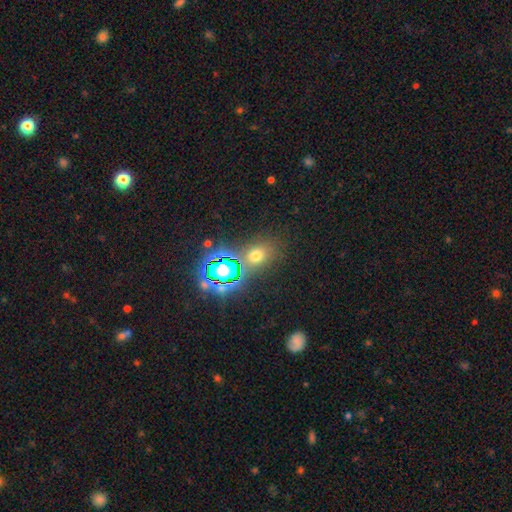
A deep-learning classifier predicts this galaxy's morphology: smooth 54%, star or artifact 37%, featured or disk 9%. Down the decision tree: how rounded — in between (52%); merging — none (75%).